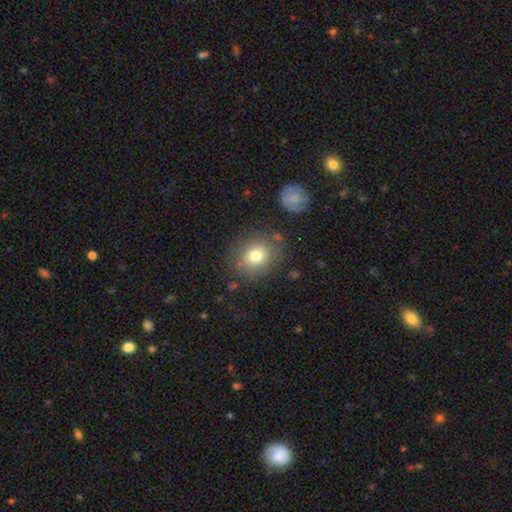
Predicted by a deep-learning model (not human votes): Q: Smooth or featured?
A: smooth (77%); runner-up: featured or disk (12%)
Q: How rounded?
A: round (69%); runner-up: in between (31%)
Q: Merging?
A: none (79%); runner-up: minor disturbance (12%)